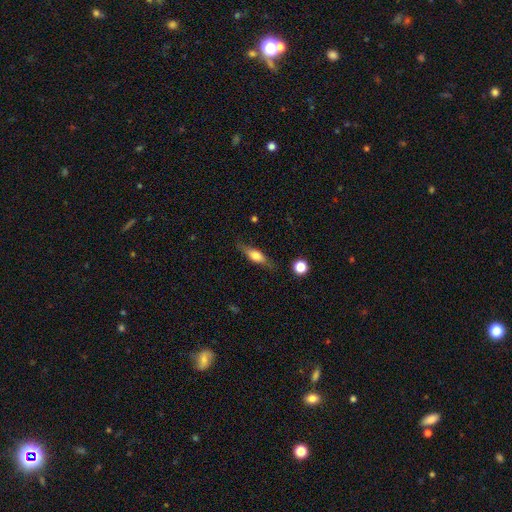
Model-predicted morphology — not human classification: Smooth or featured? smooth (56%)
How rounded? in between (54%)
Merging? none (75%)